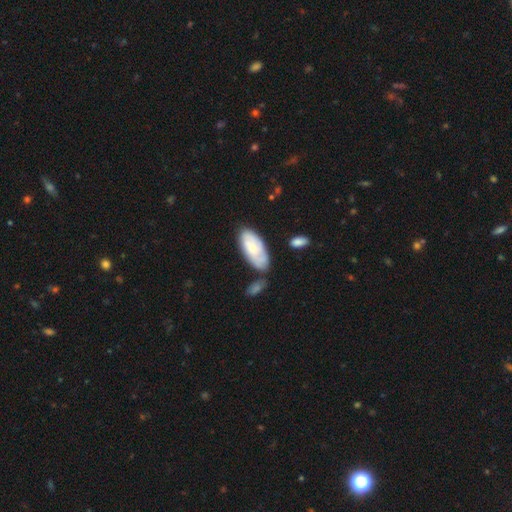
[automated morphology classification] Smooth or featured? smooth (54%)
How rounded? in between (89%)
Merging? none (59%)